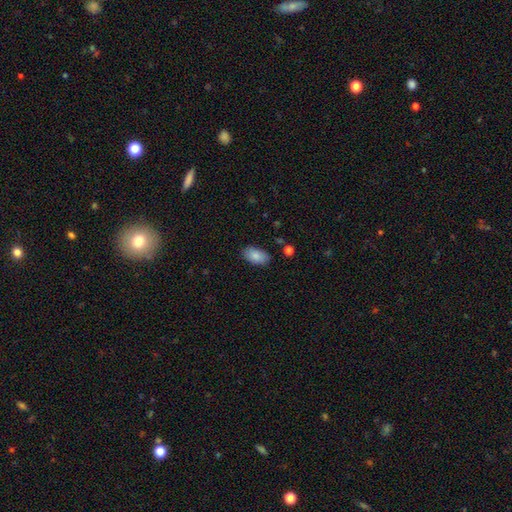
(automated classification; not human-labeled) A smooth galaxy with no disk features (87%) that is in between round and cigar-shaped (94%).

Vote fractions:
- Smooth or featured? smooth: 87% / star or artifact: 7% / featured or disk: 7%
- How rounded? in between: 94% / round: 3% / cigar-shaped: 2%
- Merging? none: 85% / minor disturbance: 11% / major disturbance: 2% / merger: 2%